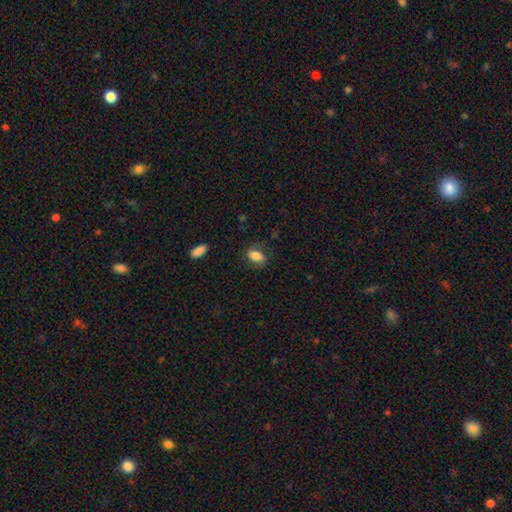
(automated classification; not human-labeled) This appears to be a smooth galaxy with no disk features (75%) that is in between round and cigar-shaped (85%). Merging: none (71%).